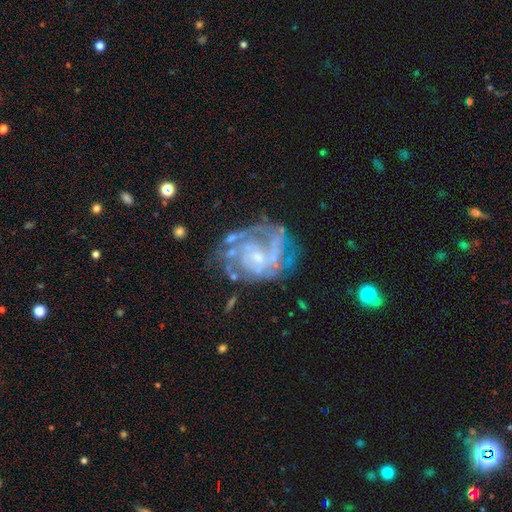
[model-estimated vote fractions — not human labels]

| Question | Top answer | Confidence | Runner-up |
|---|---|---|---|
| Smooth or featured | featured or disk | 84% | star or artifact (9%) |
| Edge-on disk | no | 98% | yes (2%) |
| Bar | no | 63% | weak (29%) |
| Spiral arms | yes | 91% | no (9%) |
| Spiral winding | tight | 56% | medium (35%) |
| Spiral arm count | can't tell | 32% | 2 (24%) |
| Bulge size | small | 71% | moderate (21%) |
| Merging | none | 57% | minor disturbance (21%) |